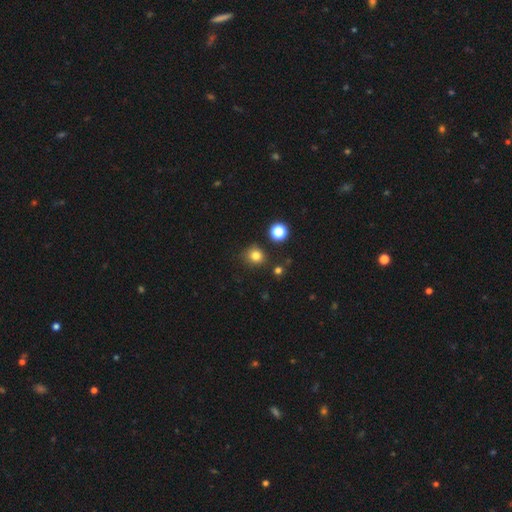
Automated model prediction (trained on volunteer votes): smooth-or-featured: smooth: 79% | star or artifact: 15% | featured or disk: 5%
  how-rounded: round: 84% | in between: 15% | cigar-shaped: 1%
  merging: none: 84% | minor disturbance: 9% | merger: 4% | major disturbance: 3%